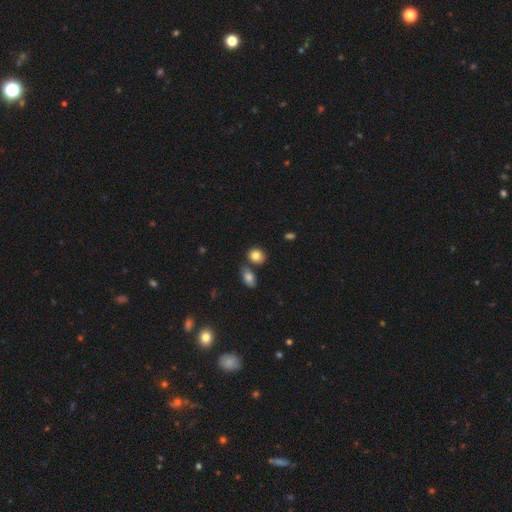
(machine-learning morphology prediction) Smooth or featured?
  - smooth: 84% *
  - star or artifact: 9%
  - featured or disk: 7%
How rounded?
  - round: 54% *
  - in between: 44%
  - cigar-shaped: 1%
Merging?
  - none: 67% *
  - merger: 18%
  - minor disturbance: 12%
  - major disturbance: 3%